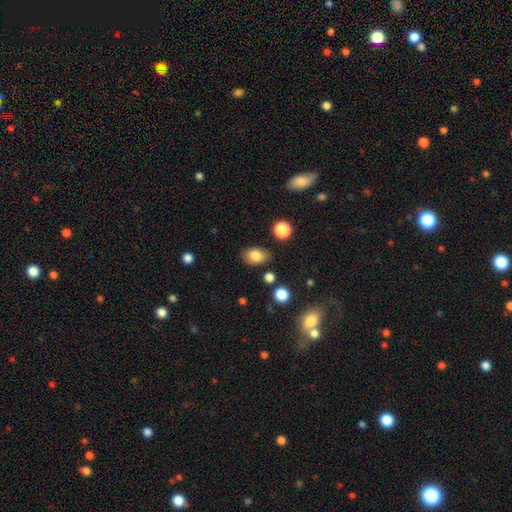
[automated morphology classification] A smooth galaxy with no disk features (83%) that is in between round and cigar-shaped (83%). Merging: none (81%).